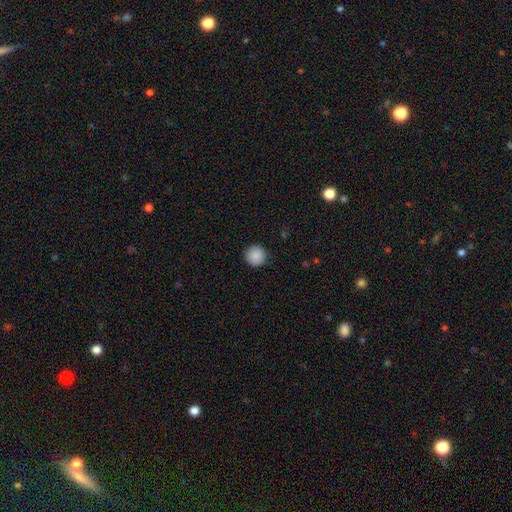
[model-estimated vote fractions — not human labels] smooth_or_featured: smooth (p=0.89) [alt: star or artifact p=0.09]
how_rounded: round (p=0.96) [alt: in between p=0.04]
merging: none (p=0.91) [alt: minor disturbance p=0.07]